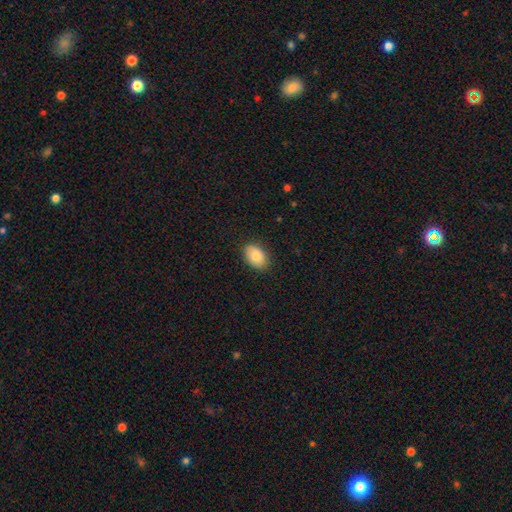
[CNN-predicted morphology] smooth_or_featured: smooth (p=0.85) [alt: featured or disk p=0.08]
how_rounded: in between (p=0.87) [alt: round p=0.12]
merging: none (p=0.88) [alt: minor disturbance p=0.09]